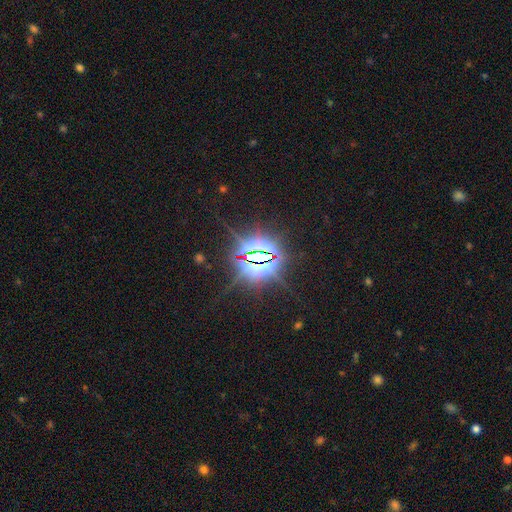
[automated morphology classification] A star or artifact, not a galaxy (86%).

Vote fractions:
- Smooth or featured? star or artifact: 86% / featured or disk: 8% / smooth: 6%